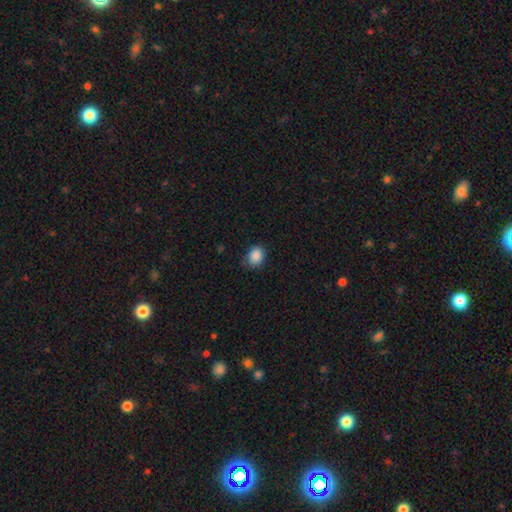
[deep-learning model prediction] This is clearly a smooth galaxy (88%). How rounded: possibly round (53%). Merging: likely none (76%).